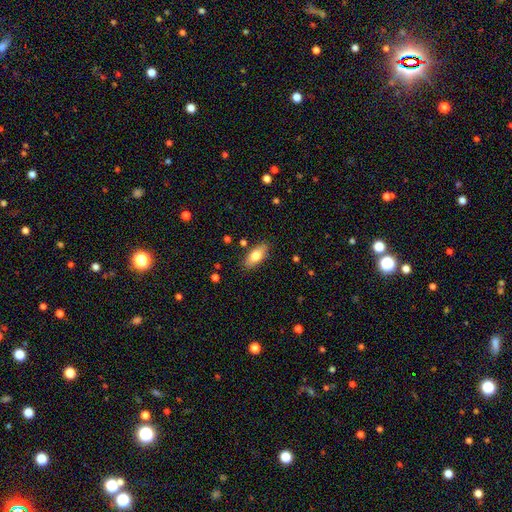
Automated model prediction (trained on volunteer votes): A smooth galaxy with no disk features (74%) that is in between round and cigar-shaped (84%).

Vote fractions:
- Smooth or featured? smooth: 74% / featured or disk: 19% / star or artifact: 7%
- How rounded? in between: 84% / cigar-shaped: 13% / round: 3%
- Merging? none: 84% / minor disturbance: 12% / major disturbance: 2% / merger: 2%